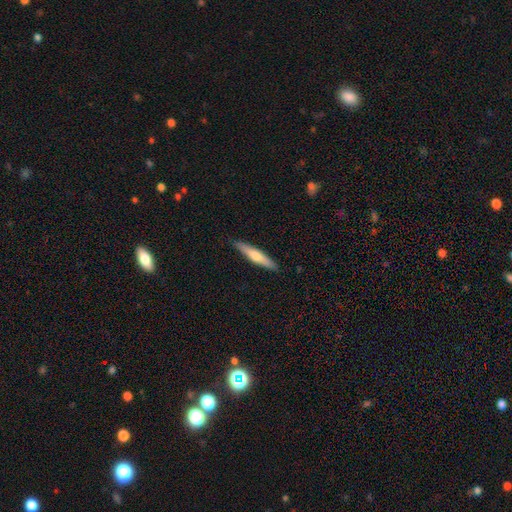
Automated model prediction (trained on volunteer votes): Morphology: type=smooth (53%); roundness=cigar-shaped (89%); merging=none (90%).